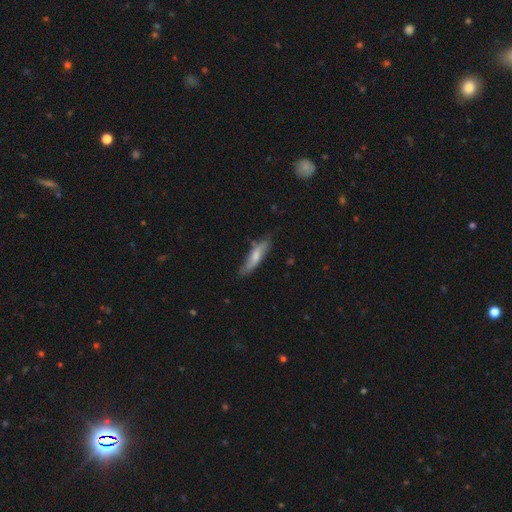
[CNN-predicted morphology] Smooth or featured? Predicted: smooth (p=0.61). How rounded? Predicted: cigar-shaped (p=0.69). Merging? Predicted: none (p=0.71).